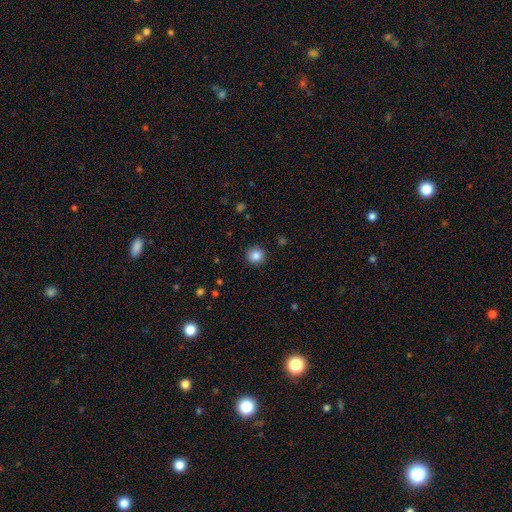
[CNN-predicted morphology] This is clearly a smooth galaxy (85%). How rounded: clearly round (94%). Merging: clearly none (92%).